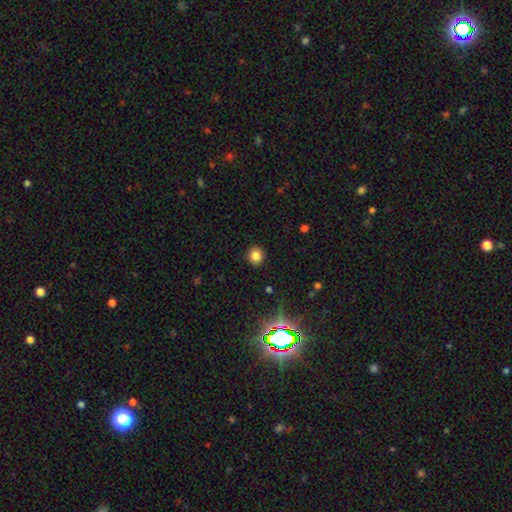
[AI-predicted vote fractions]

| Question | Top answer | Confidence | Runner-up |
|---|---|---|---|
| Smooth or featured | smooth | 82% | star or artifact (13%) |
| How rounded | round | 78% | in between (21%) |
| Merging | none | 91% | minor disturbance (6%) |